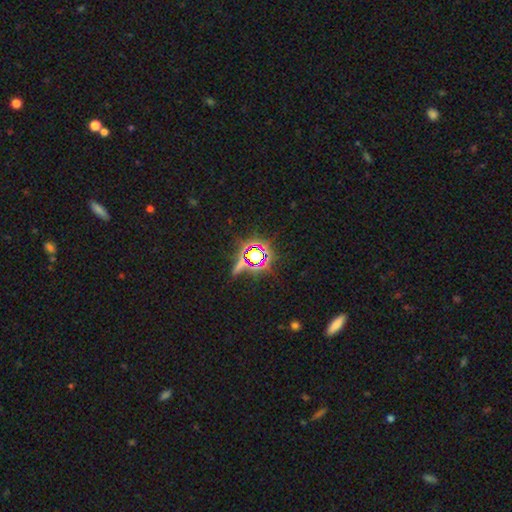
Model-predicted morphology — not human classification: A star or artifact, not a galaxy (72%).